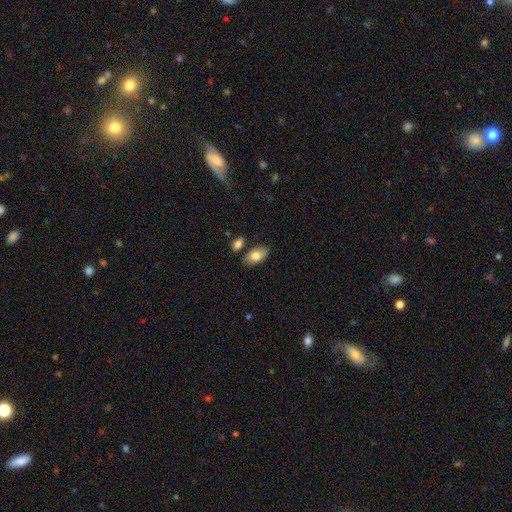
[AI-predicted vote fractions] Morphology: type=smooth (80%); roundness=in between (94%); merging=none (77%).